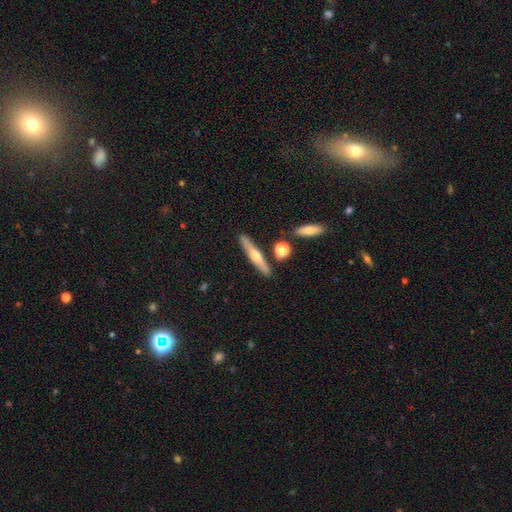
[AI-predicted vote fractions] Smooth or featured?
  - featured or disk: 54% *
  - smooth: 40%
  - star or artifact: 7%
Edge-on disk?
  - yes: 94% *
  - no: 6%
Edge-on bulge?
  - rounded: 89% *
  - none: 8%
  - boxy: 3%
Merging?
  - none: 85% *
  - minor disturbance: 8%
  - merger: 5%
  - major disturbance: 2%